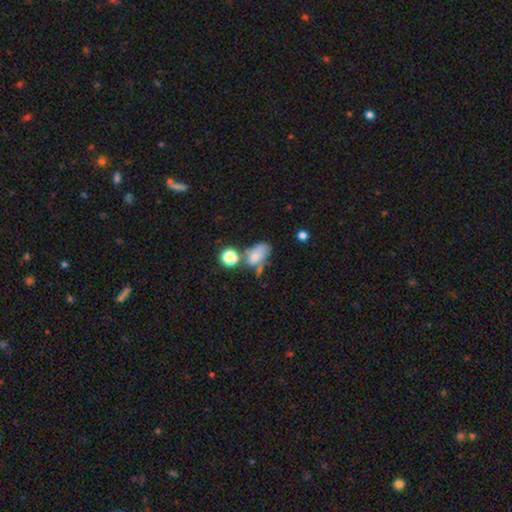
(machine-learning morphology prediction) Q: Smooth or featured?
A: smooth (73%); runner-up: featured or disk (15%)
Q: How rounded?
A: in between (85%); runner-up: round (12%)
Q: Merging?
A: none (34%); runner-up: merger (28%)